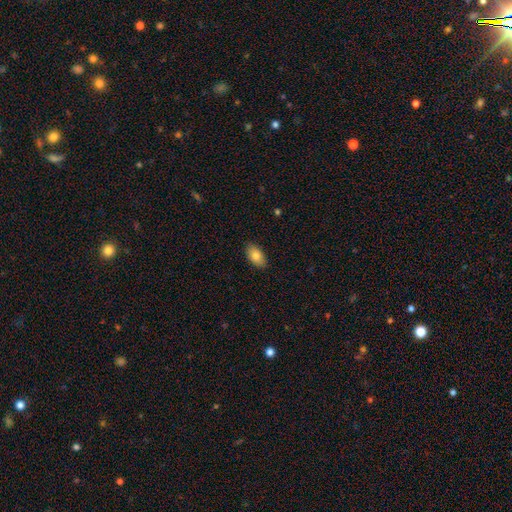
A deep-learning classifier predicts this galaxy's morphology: This appears to be a smooth galaxy with no disk features (81%) that is in between round and cigar-shaped (93%). Merging: none (88%).